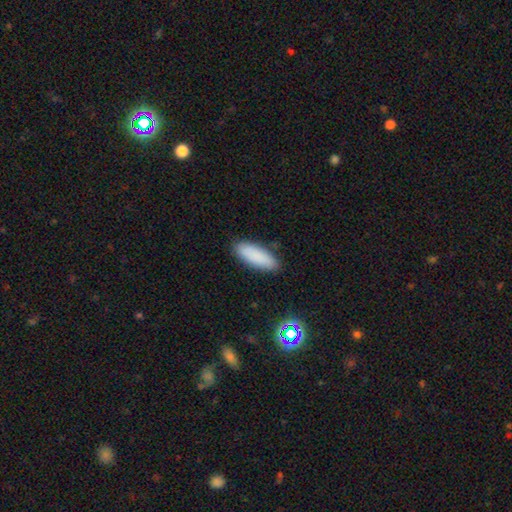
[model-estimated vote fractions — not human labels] smooth 87%, star or artifact 7%, featured or disk 6%. Down the decision tree: how rounded — in between (61%); merging — none (88%).